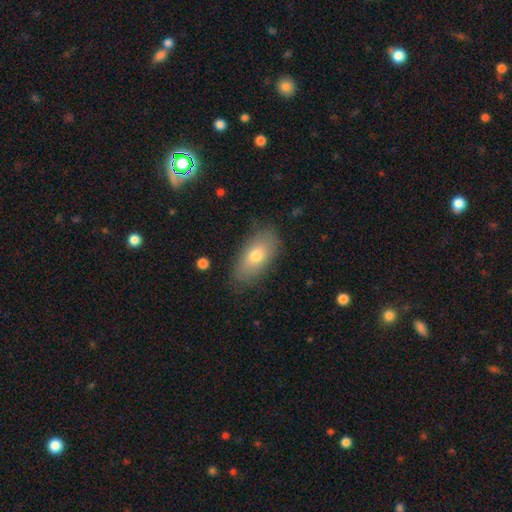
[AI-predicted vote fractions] A smooth galaxy with no disk features (72%) that is in between round and cigar-shaped (89%).

Vote fractions:
- Smooth or featured? smooth: 72% / featured or disk: 20% / star or artifact: 8%
- How rounded? in between: 89% / cigar-shaped: 6% / round: 5%
- Merging? none: 81% / minor disturbance: 14% / major disturbance: 4% / merger: 1%